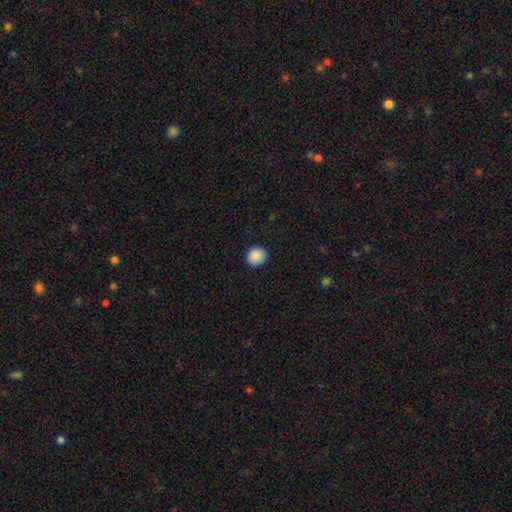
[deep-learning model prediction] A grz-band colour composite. It shows a smooth galaxy with no disk features (89%) that is round (80%). Merging: none (90%).